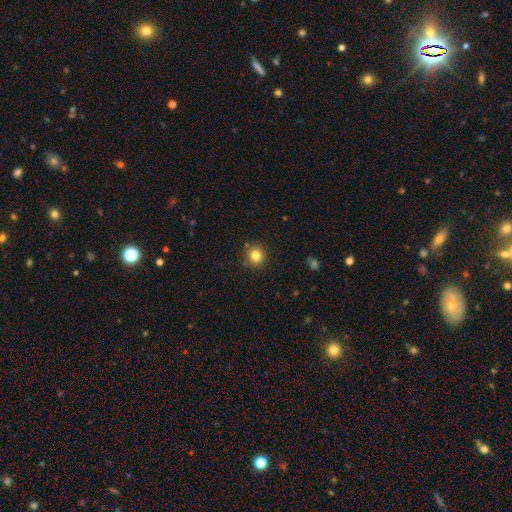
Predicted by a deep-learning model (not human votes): A smooth galaxy with no disk features (83%) that is round (92%). Merging: none (86%).